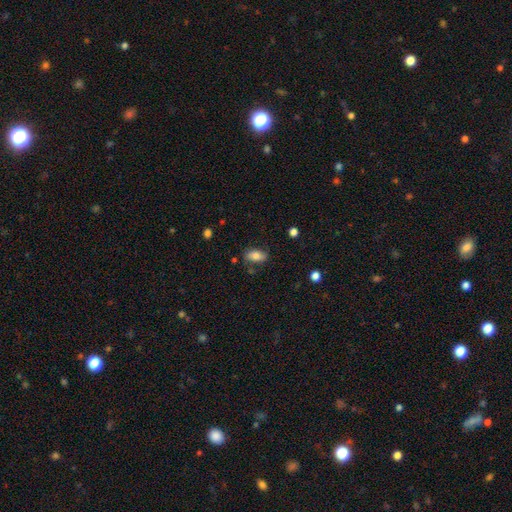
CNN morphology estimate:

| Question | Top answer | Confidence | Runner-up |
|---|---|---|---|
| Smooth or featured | smooth | 77% | featured or disk (15%) |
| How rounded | in between | 89% | round (6%) |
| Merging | none | 72% | minor disturbance (19%) |